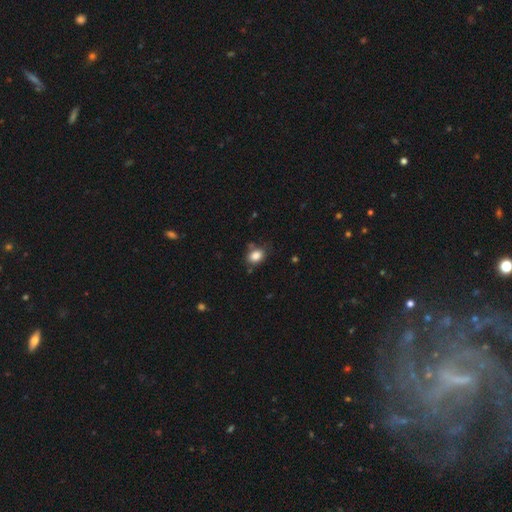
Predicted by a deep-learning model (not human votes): Smooth or featured? smooth (85%)
How rounded? in between (66%)
Merging? none (71%)